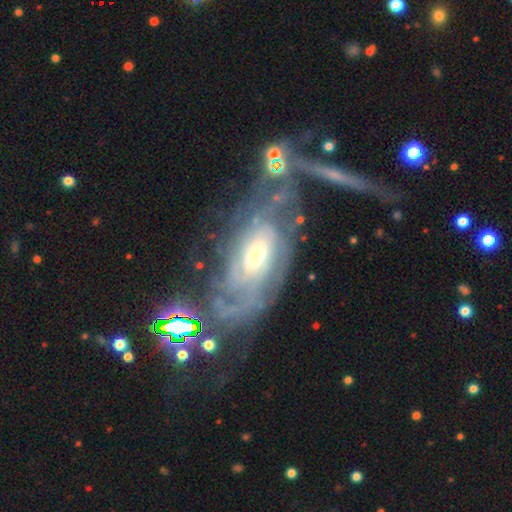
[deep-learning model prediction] Smooth or featured: featured or disk — 82% (smooth — 11%)
Edge-on disk: no — 93% (yes — 7%)
Bar: no — 56% (weak — 33%)
Spiral arms: yes — 89% (no — 11%)
Spiral winding: tight — 54% (medium — 31%)
Spiral arm count: can't tell — 44% (2 — 19%)
Bulge size: moderate — 58% (small — 25%)
Merging: none — 40% (major disturbance — 28%)